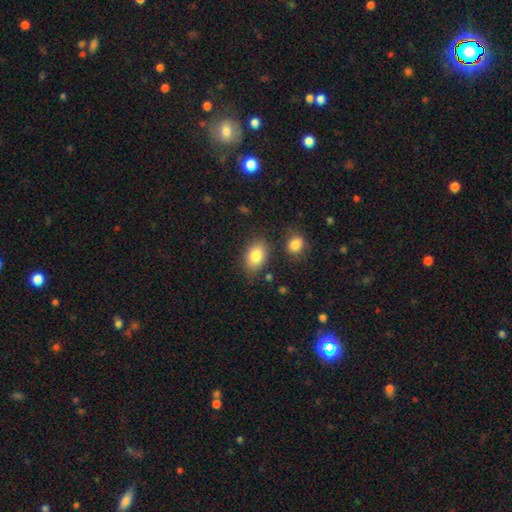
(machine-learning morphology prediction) smooth 83%, featured or disk 9%, star or artifact 8%. Down the decision tree: how rounded — in between (85%); merging — none (77%).